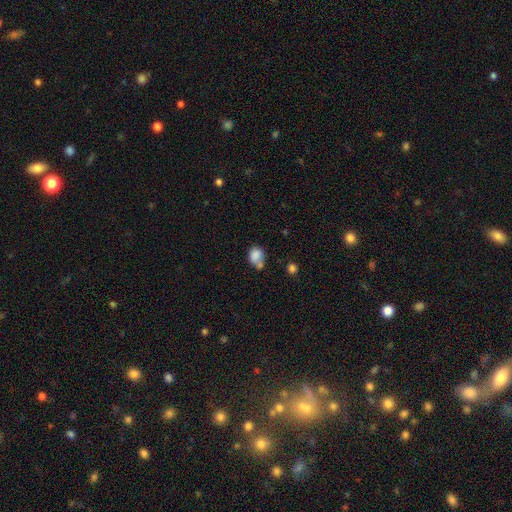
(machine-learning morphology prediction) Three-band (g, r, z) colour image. It shows a smooth galaxy with no disk features (81%) that is round (55%). Merging: none (39%).